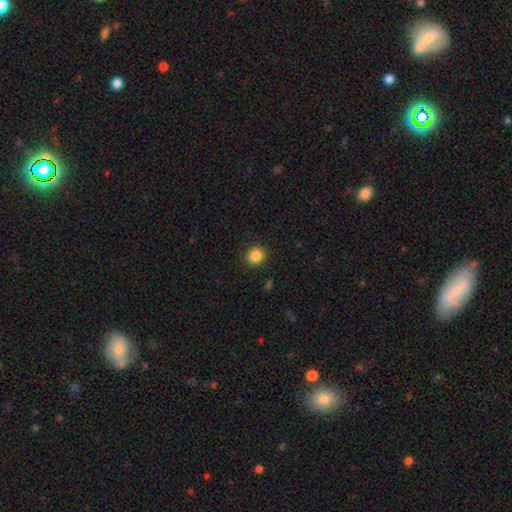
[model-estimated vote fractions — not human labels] A smooth galaxy with no disk features (86%) that is round (75%). Merging: none (89%).